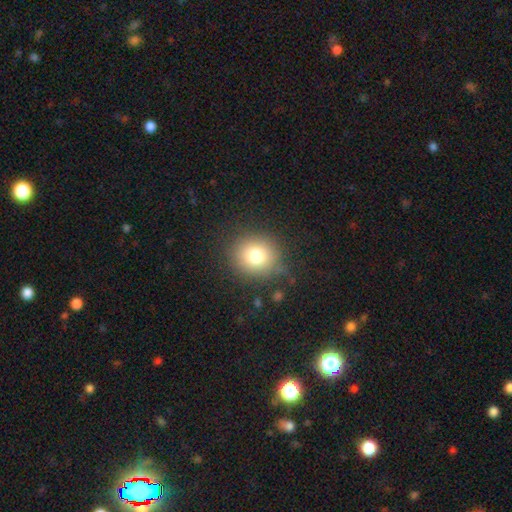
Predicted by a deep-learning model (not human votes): The model was most divided on "smooth or featured": smooth: 77%, star or artifact: 13%, featured or disk: 10%. More confident: how rounded — round (85%); merging — none (82%).